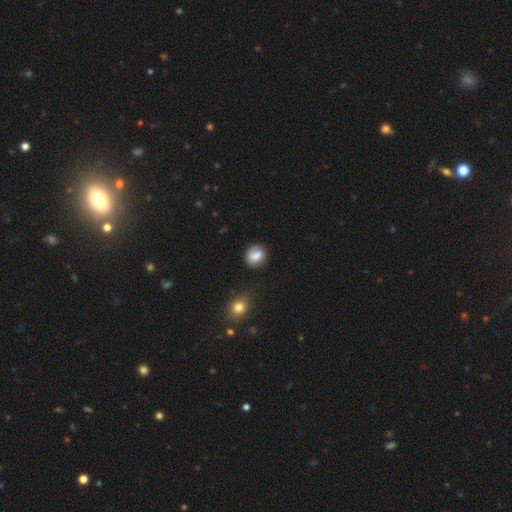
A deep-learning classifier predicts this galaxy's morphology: smooth_or_featured: smooth (p=0.76) [alt: featured or disk p=0.15]
how_rounded: round (p=0.64) [alt: in between p=0.35]
merging: none (p=0.69) [alt: minor disturbance p=0.19]